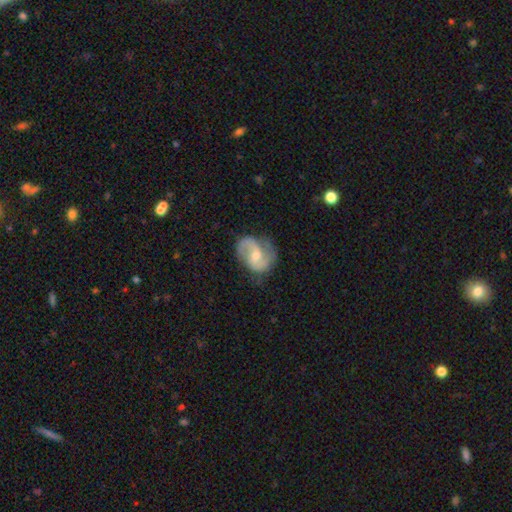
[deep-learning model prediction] smooth-or-featured: featured or disk: 82% | smooth: 13% | star or artifact: 5%
  disk-edge-on: no: 98% | yes: 2%
    bar: weak: 49% | no: 40% | strong: 11%
    has-spiral-arms: yes: 95% | no: 5%
      spiral-winding: medium: 53% | loose: 28% | tight: 19%
      spiral-arm-count: 2: 89% | can't tell: 4% | 1: 3% | 3: 2% | 4: 1% | more than 4: 1%
    bulge-size: moderate: 54% | small: 38% | none: 4% | large: 3% | dominant: 1%
  merging: none: 70% | minor disturbance: 21% | major disturbance: 8% | merger: 1%